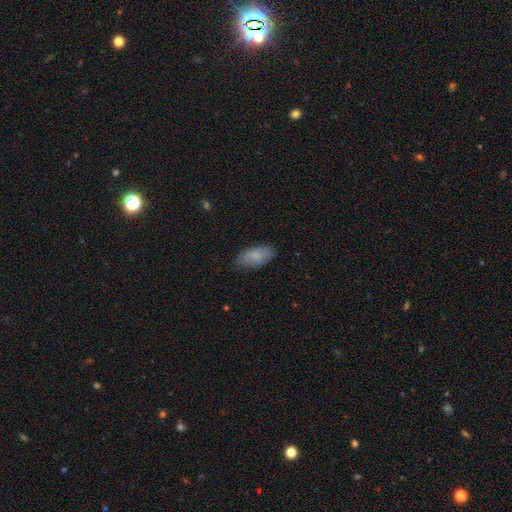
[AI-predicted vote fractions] smooth-or-featured: smooth: 78% | featured or disk: 15% | star or artifact: 7%
  how-rounded: in between: 91% | cigar-shaped: 6% | round: 2%
  merging: none: 78% | minor disturbance: 18% | major disturbance: 3% | merger: 1%